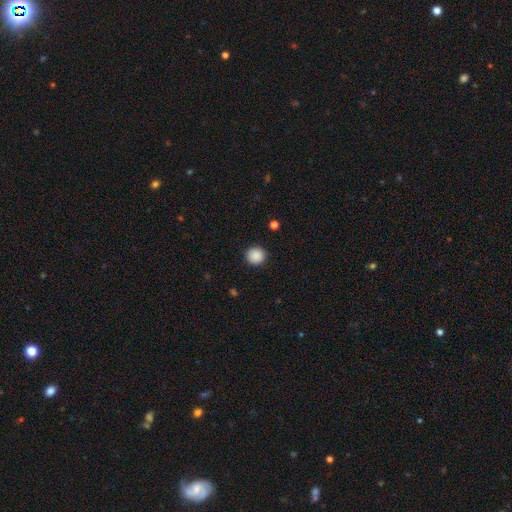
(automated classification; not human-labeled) Smooth or featured: smooth — 89% (star or artifact — 9%)
How rounded: round — 93% (in between — 6%)
Merging: none — 92% (minor disturbance — 6%)